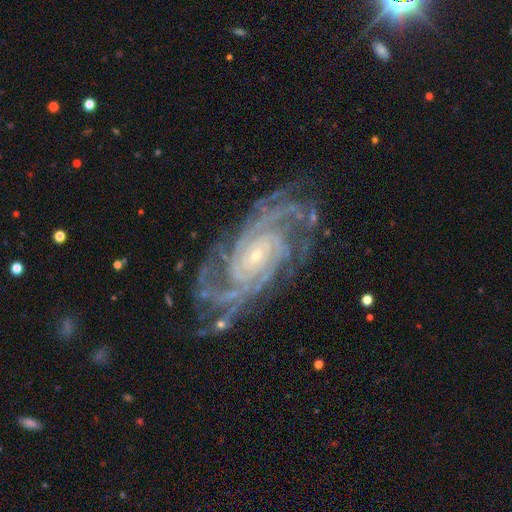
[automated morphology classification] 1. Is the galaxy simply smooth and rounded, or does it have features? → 92% featured or disk, 5% star or artifact, 3% smooth.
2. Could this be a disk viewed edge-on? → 97% no, 3% yes.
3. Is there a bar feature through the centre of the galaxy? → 61% no, 27% weak, 12% strong.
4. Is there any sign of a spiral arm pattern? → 99% yes, 1% no.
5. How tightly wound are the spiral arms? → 74% tight, 23% medium, 3% loose.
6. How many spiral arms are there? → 26% 4, 18% 3, 16% 2, 16% more than 4, 16% can't tell, 8% 1.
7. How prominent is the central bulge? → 81% small, 14% moderate, 2% none, 1% large, 1% dominant.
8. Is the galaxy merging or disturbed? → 76% none, 16% minor disturbance, 6% major disturbance, 2% merger.